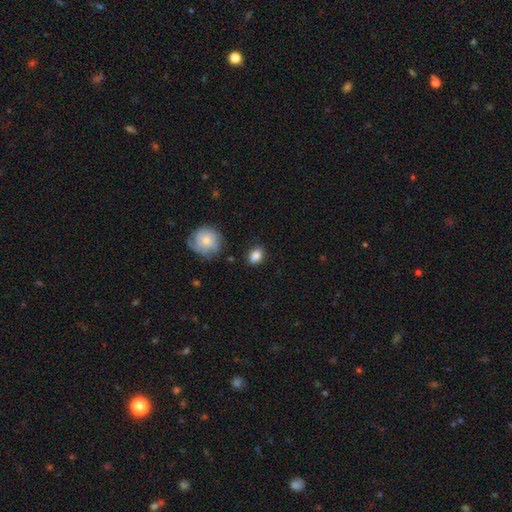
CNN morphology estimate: The model was most divided on "how rounded": in between: 68%, round: 30%, cigar-shaped: 2%. More confident: smooth or featured — smooth (85%); merging — none (81%).